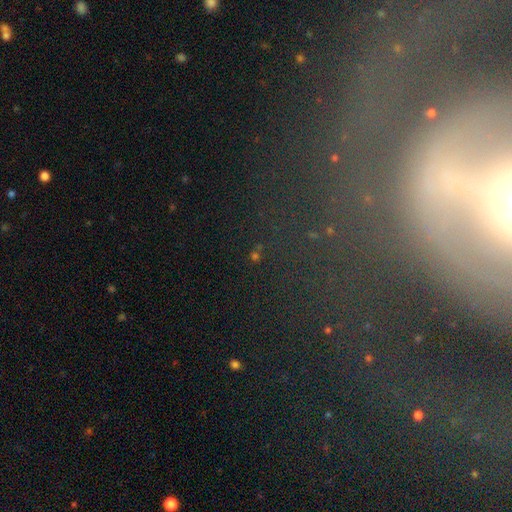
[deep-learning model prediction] This is likely a star or artifact rather than a galaxy (66%).